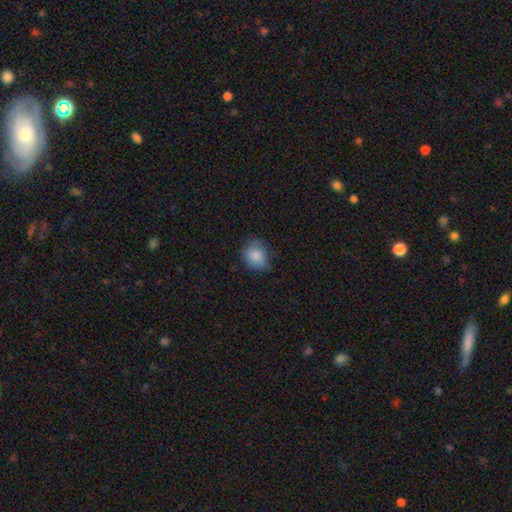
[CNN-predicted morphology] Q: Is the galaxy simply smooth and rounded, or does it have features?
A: smooth — 84%.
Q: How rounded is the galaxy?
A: round — 63%.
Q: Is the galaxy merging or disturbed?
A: none — 66%.